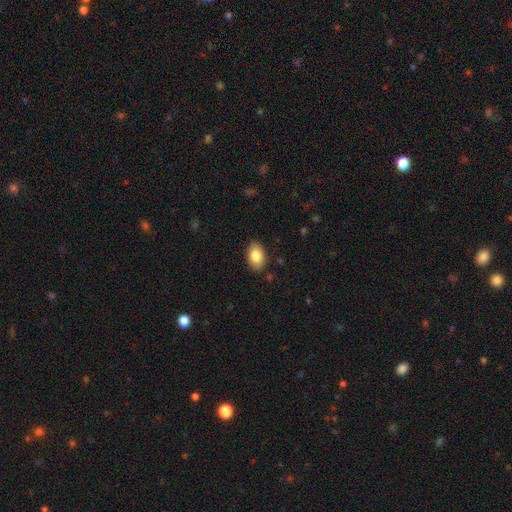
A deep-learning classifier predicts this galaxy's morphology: Overall: smooth (85%). How rounded: in between (90%). Merging: none (88%).